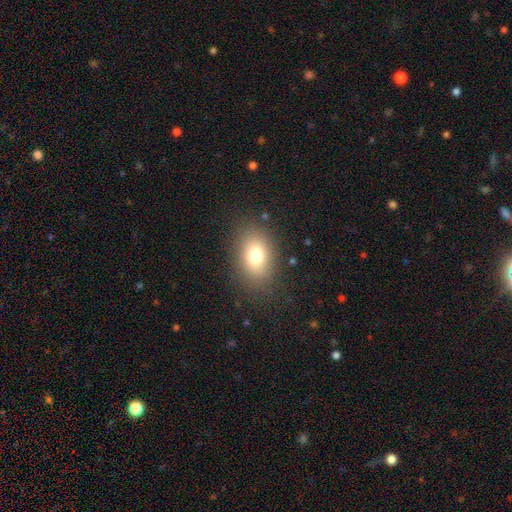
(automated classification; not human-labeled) Smooth or featured? smooth (76%)
How rounded? in between (80%)
Merging? none (82%)